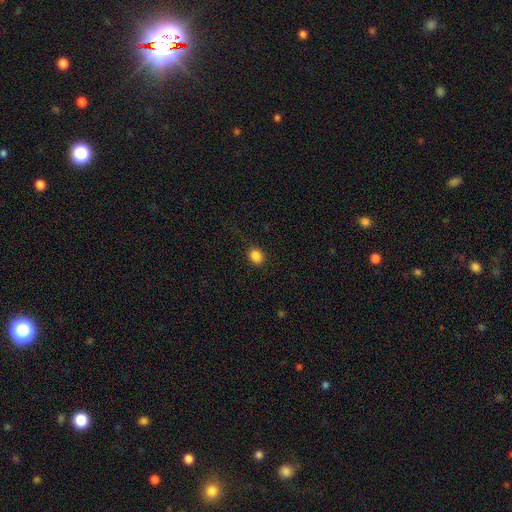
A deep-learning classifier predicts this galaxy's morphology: Smooth or featured? Predicted: smooth (p=0.85). How rounded? Predicted: round (p=0.66). Merging? Predicted: none (p=0.86).